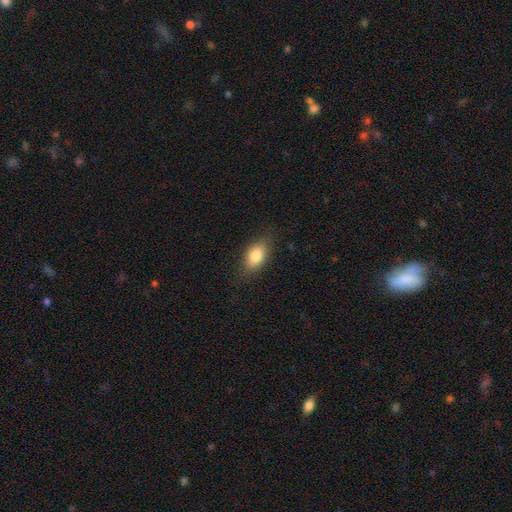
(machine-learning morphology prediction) A smooth galaxy with no disk features (80%) that is in between round and cigar-shaped (87%).

Vote fractions:
- Smooth or featured? smooth: 80% / featured or disk: 12% / star or artifact: 8%
- How rounded? in between: 87% / round: 8% / cigar-shaped: 5%
- Merging? none: 80% / minor disturbance: 15% / major disturbance: 4% / merger: 1%